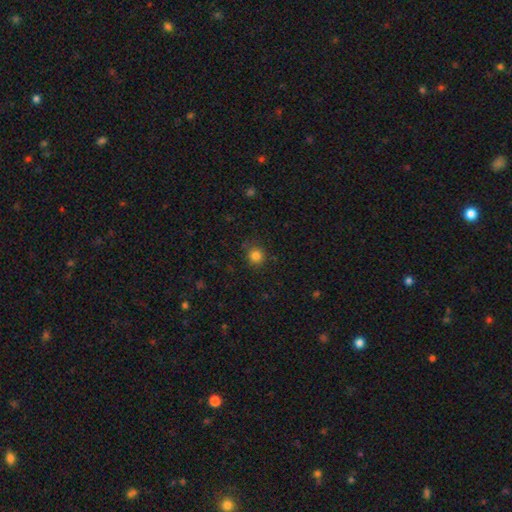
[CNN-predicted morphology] Smooth or featured?
  - smooth: 83% *
  - star or artifact: 13%
  - featured or disk: 4%
How rounded?
  - round: 91% *
  - in between: 8%
  - cigar-shaped: 1%
Merging?
  - none: 85% *
  - minor disturbance: 11%
  - major disturbance: 3%
  - merger: 2%